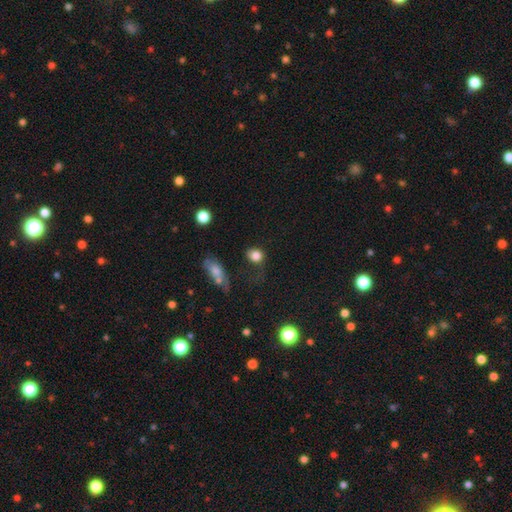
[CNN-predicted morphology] This is clearly a smooth galaxy (82%). How rounded: likely round (68%). Merging: possibly none (51%).